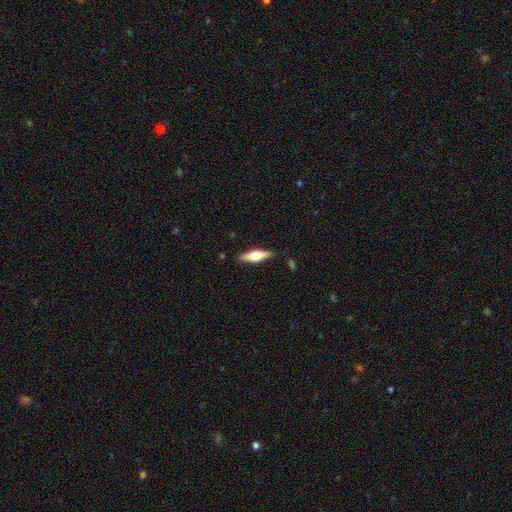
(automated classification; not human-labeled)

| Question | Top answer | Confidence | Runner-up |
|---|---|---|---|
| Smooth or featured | featured or disk | 49% | smooth (45%) |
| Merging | none | 87% | minor disturbance (10%) |